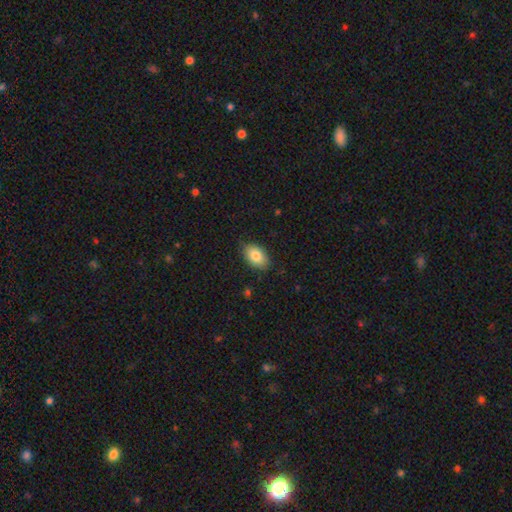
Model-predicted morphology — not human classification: smooth 83%, featured or disk 10%, star or artifact 7%. Down the decision tree: how rounded — in between (90%); merging — none (82%).